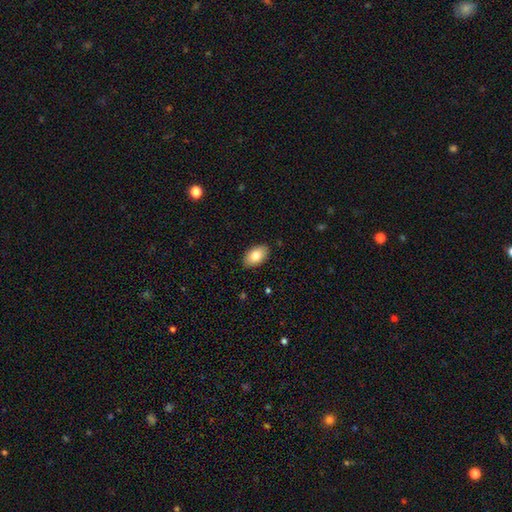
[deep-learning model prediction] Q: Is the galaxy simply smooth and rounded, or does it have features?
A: smooth — 81%.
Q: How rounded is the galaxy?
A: in between — 93%.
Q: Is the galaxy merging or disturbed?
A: none — 88%.